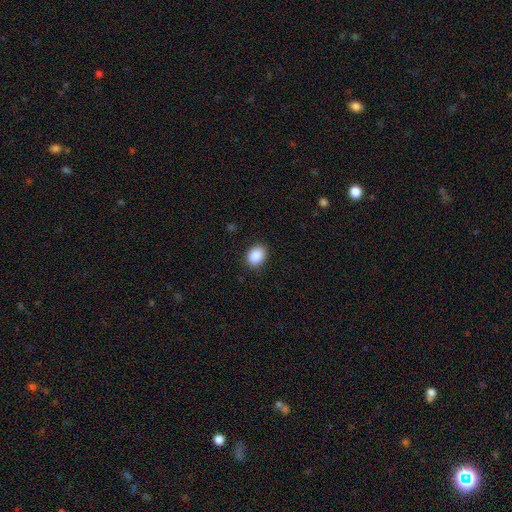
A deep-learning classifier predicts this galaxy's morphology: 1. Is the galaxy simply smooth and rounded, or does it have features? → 89% smooth, 8% star or artifact, 3% featured or disk.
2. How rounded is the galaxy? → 66% in between, 33% round, 1% cigar-shaped.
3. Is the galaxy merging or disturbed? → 87% none, 9% minor disturbance, 2% major disturbance, 1% merger.